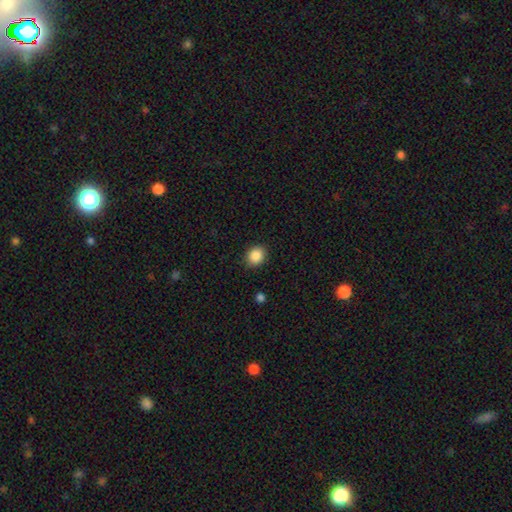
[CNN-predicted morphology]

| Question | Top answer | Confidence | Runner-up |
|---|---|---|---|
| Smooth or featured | smooth | 88% | star or artifact (9%) |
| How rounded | round | 70% | in between (30%) |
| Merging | none | 89% | minor disturbance (8%) |